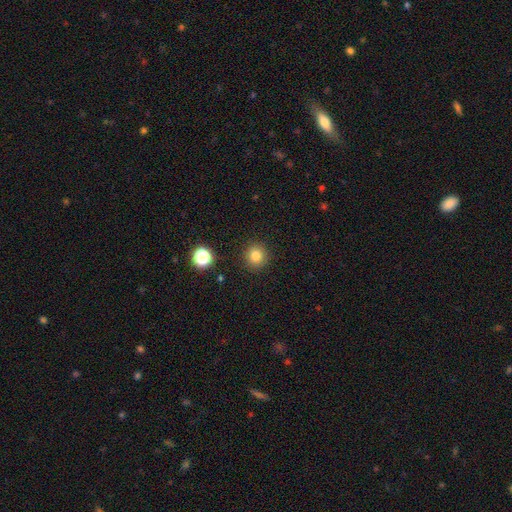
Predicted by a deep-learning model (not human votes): smooth-or-featured: smooth: 81% | star or artifact: 13% | featured or disk: 6%
  how-rounded: round: 92% | in between: 7% | cigar-shaped: 1%
  merging: none: 91% | minor disturbance: 6% | major disturbance: 2% | merger: 1%